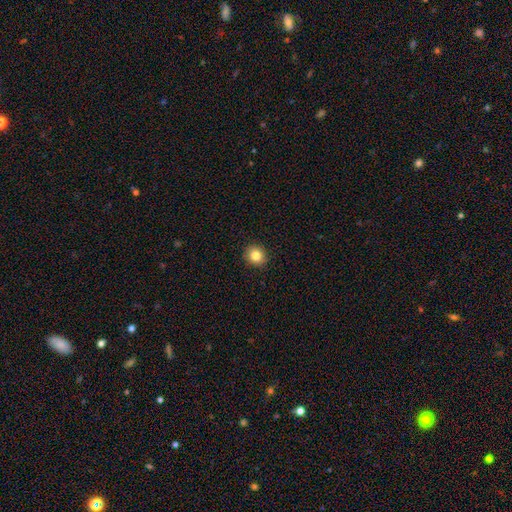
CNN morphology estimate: Smooth or featured?
  - smooth: 83% *
  - star or artifact: 10%
  - featured or disk: 7%
How rounded?
  - round: 82% *
  - in between: 17%
  - cigar-shaped: 1%
Merging?
  - none: 91% *
  - minor disturbance: 6%
  - major disturbance: 2%
  - merger: 1%